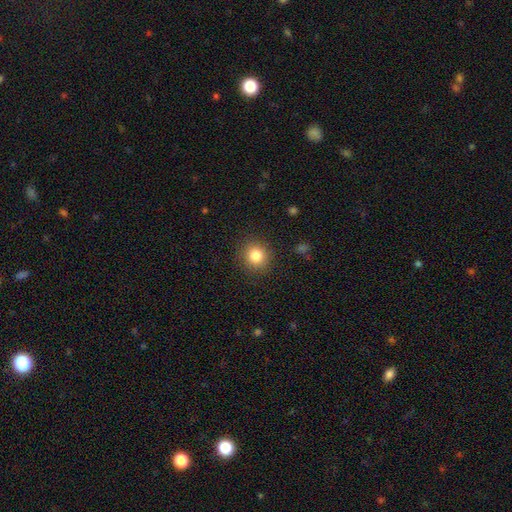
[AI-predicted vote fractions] smooth-or-featured: smooth: 83% | star or artifact: 11% | featured or disk: 6%
  how-rounded: round: 89% | in between: 10% | cigar-shaped: 1%
  merging: none: 89% | minor disturbance: 7% | major disturbance: 3% | merger: 1%